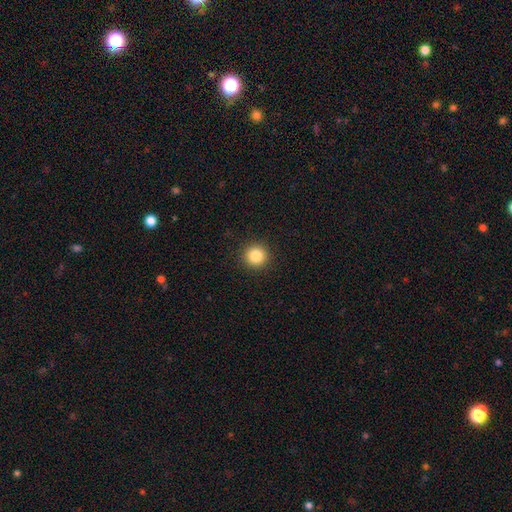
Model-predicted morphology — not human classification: smooth 85%, star or artifact 11%, featured or disk 5%. Down the decision tree: how rounded — round (95%); merging — none (92%).